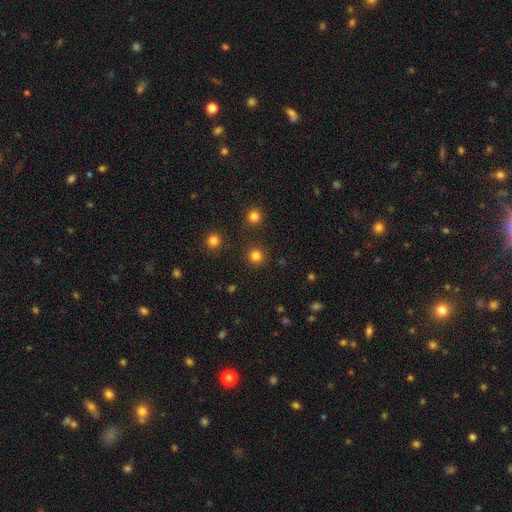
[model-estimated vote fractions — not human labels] A smooth galaxy with no disk features (81%) that is round (95%).

Vote fractions:
- Smooth or featured? smooth: 81% / star or artifact: 15% / featured or disk: 4%
- How rounded? round: 95% / in between: 4% / cigar-shaped: 1%
- Merging? none: 89% / minor disturbance: 5% / merger: 4% / major disturbance: 2%